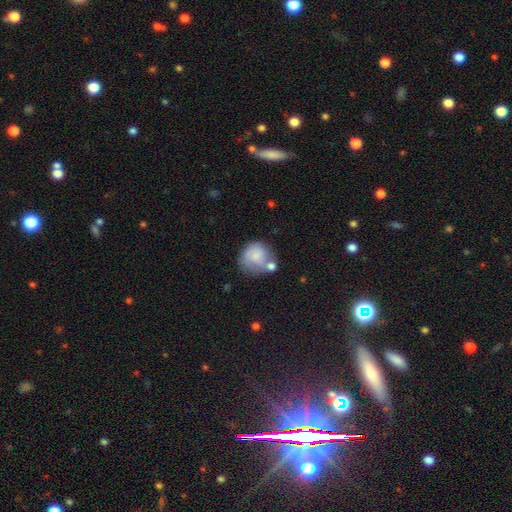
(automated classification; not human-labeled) This is possibly a smooth galaxy (58%). How rounded: likely round (80%). Merging: marginally none (43%).